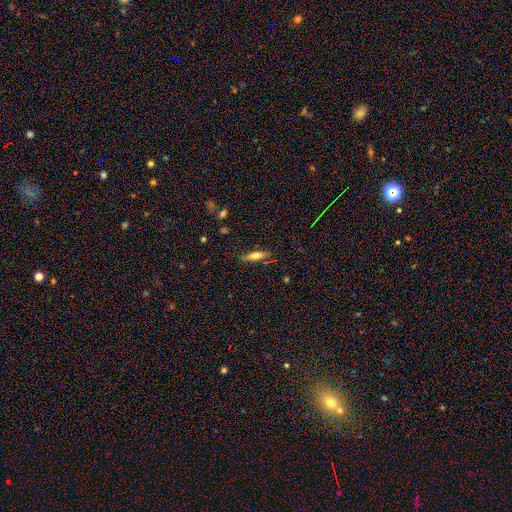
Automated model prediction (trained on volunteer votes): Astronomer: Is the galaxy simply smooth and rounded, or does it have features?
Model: smooth — 63%.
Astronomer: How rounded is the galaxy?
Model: cigar-shaped — 55% (runner-up: in between, 42%).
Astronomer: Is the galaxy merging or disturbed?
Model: none — 82%.